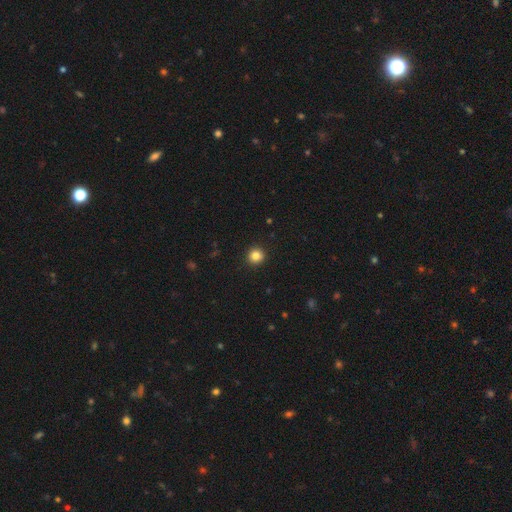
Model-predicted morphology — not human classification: A smooth galaxy with no disk features (84%) that is round (94%). Merging: none (93%).